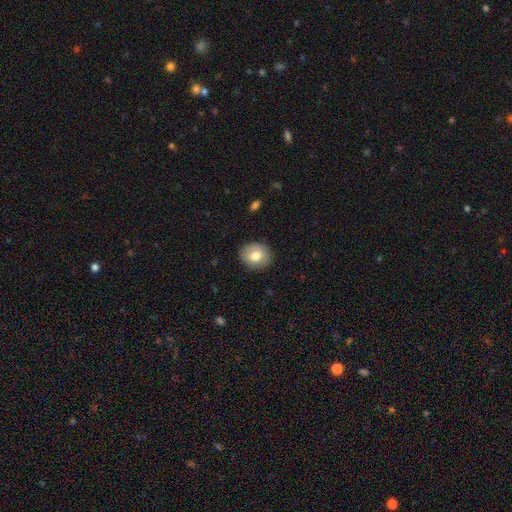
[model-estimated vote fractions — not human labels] Morphology: type=smooth (77%); roundness=round (77%); merging=none (87%).